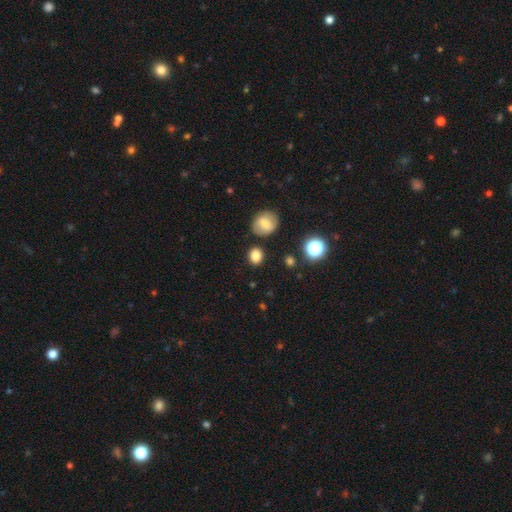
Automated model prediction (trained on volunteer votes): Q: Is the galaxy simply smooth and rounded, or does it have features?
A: smooth — 81%.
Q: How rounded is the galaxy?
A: round — 59%.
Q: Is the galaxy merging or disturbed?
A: none — 82%.